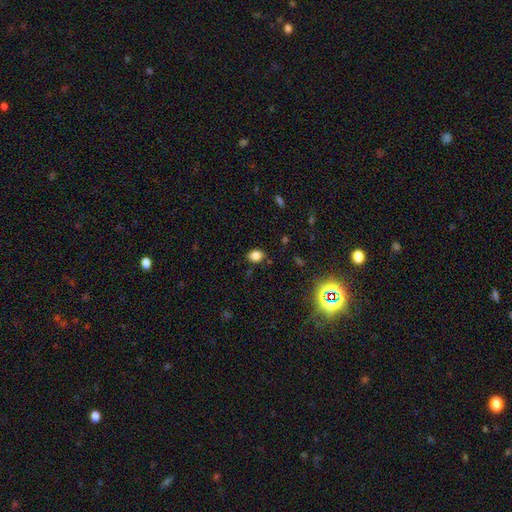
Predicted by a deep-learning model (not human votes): Q: Smooth or featured?
A: smooth (81%); runner-up: star or artifact (13%)
Q: How rounded?
A: in between (65%); runner-up: round (34%)
Q: Merging?
A: none (82%); runner-up: minor disturbance (13%)